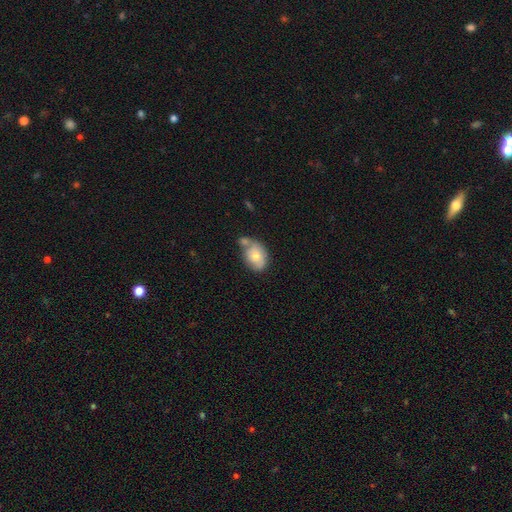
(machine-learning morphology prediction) Overall: smooth (67%). How rounded: in between (73%). Merging: none (38%; merger 33%).